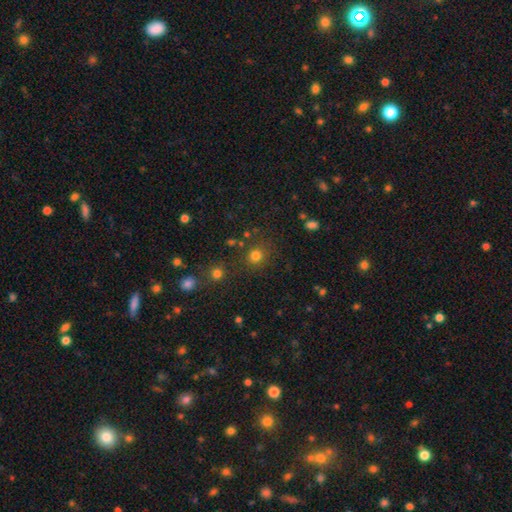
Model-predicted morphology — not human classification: Smooth or featured? Predicted: smooth (p=0.77). How rounded? Predicted: round (p=0.88). Merging? Predicted: none (p=0.79).